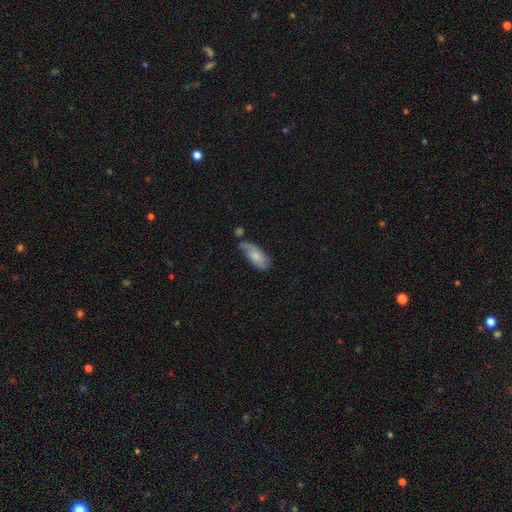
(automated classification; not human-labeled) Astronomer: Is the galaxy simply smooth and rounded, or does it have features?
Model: smooth — 62%.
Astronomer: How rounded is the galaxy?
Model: in between — 86%.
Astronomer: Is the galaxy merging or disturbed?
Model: none — 47% (runner-up: minor disturbance, 33%).